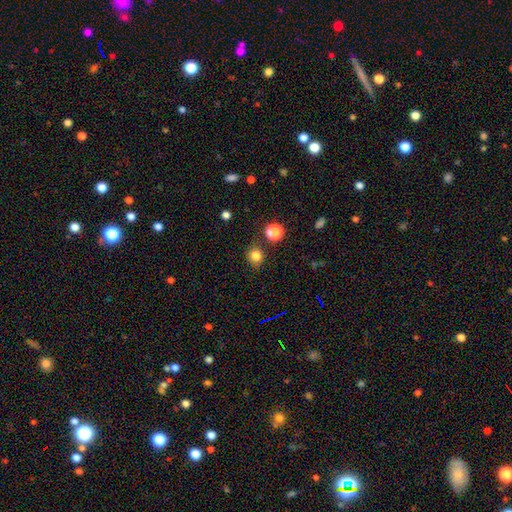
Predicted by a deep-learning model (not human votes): Smooth or featured? Predicted: smooth (p=0.81). How rounded? Predicted: round (p=0.80). Merging? Predicted: none (p=0.79).